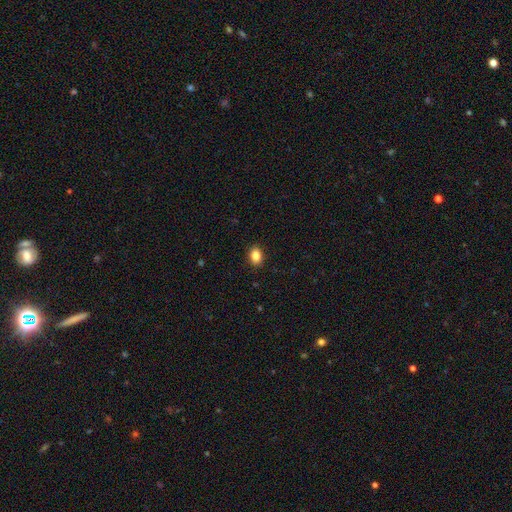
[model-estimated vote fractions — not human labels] This appears to be a smooth galaxy with no disk features (86%) that is in between round and cigar-shaped (69%). Merging: none (90%).